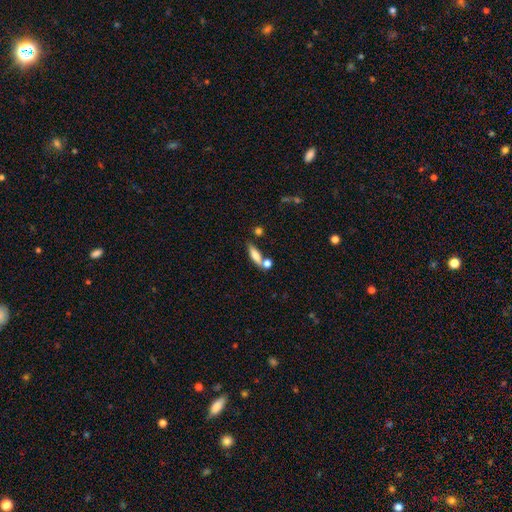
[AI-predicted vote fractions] Smooth or featured? smooth (71%)
How rounded? cigar-shaped (50%)
Merging? none (56%)